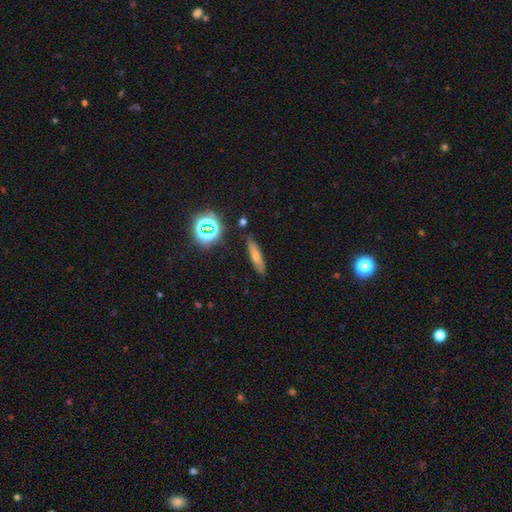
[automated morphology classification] type=smooth (47%); merging=none (86%).